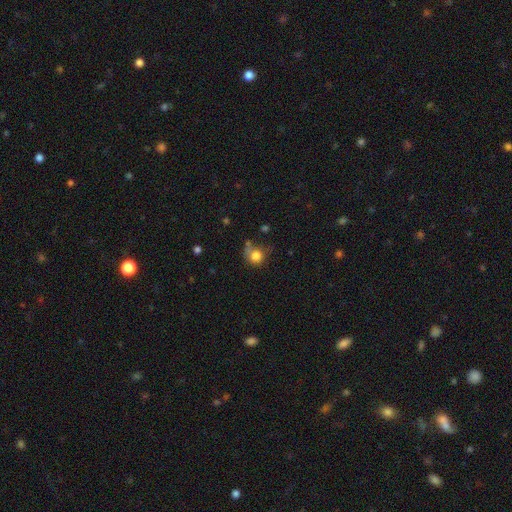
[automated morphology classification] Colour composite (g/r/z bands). It shows a smooth galaxy with no disk features (79%) that is round (80%). Merging: none (44%).